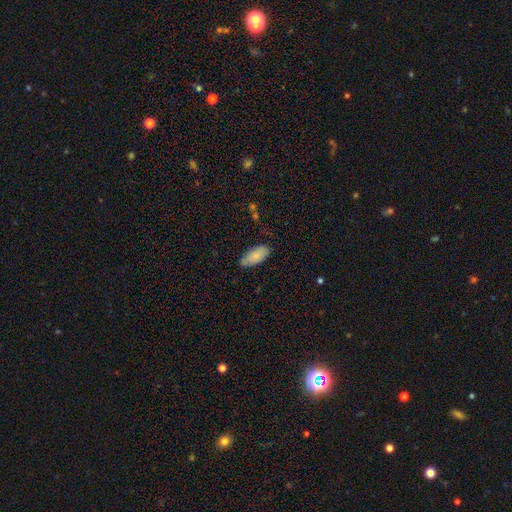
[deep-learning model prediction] smooth-or-featured: smooth: 86% | featured or disk: 8% | star or artifact: 6%
  how-rounded: in between: 90% | cigar-shaped: 9% | round: 2%
  merging: none: 73% | minor disturbance: 22% | major disturbance: 3% | merger: 2%